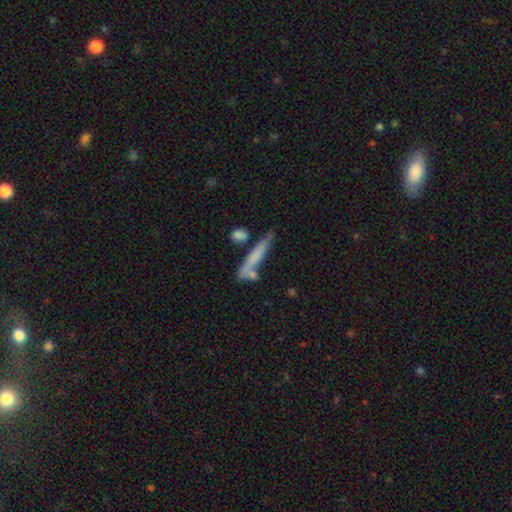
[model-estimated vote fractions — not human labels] smooth-or-featured: smooth: 63% | featured or disk: 29% | star or artifact: 8%
  how-rounded: cigar-shaped: 88% | in between: 10% | round: 2%
  merging: none: 57% | minor disturbance: 18% | merger: 18% | major disturbance: 7%